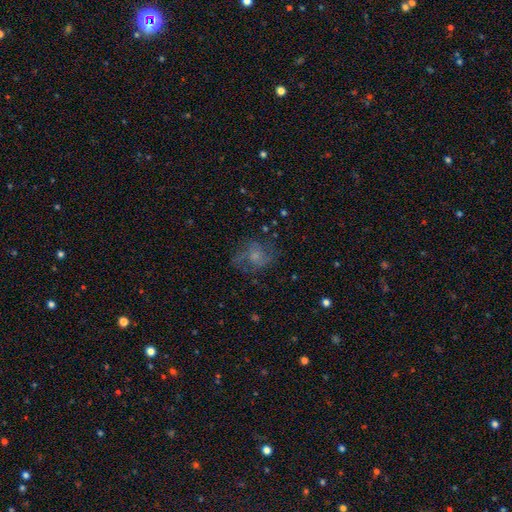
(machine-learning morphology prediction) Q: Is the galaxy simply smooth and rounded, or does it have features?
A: featured or disk — 47%.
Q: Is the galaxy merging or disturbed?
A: none — 55%.